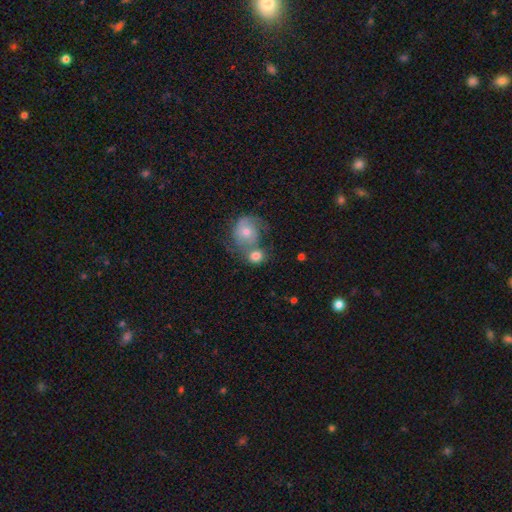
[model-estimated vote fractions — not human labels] Smooth or featured? Predicted: smooth (p=0.66). How rounded? Predicted: round (p=0.71). Merging? Predicted: merger (p=0.51).